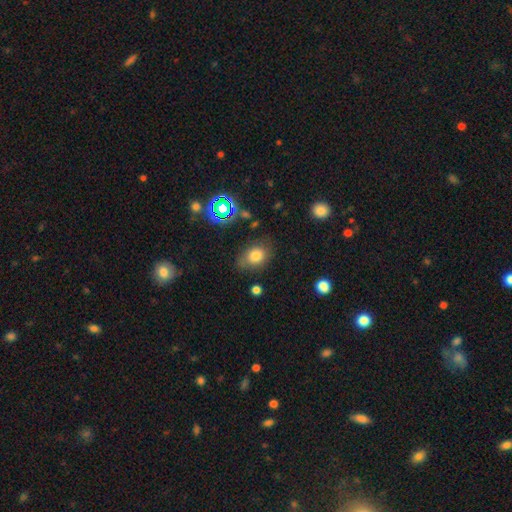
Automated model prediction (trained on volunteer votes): A smooth galaxy with no disk features (75%) that is in between round and cigar-shaped (64%). Merging: none (67%).